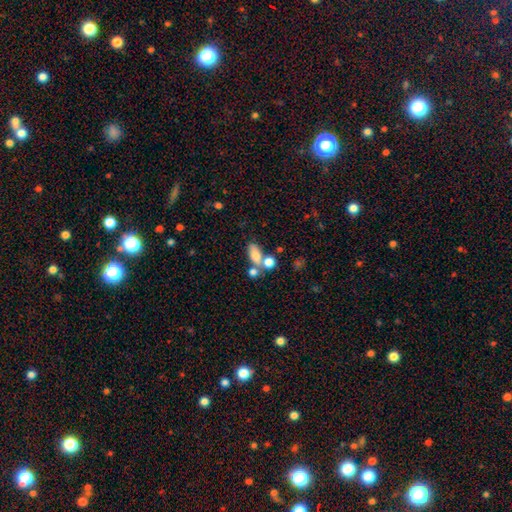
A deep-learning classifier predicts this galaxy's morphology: This is likely a smooth galaxy (75%). How rounded: likely in between (79%). Merging: marginally none (42%).